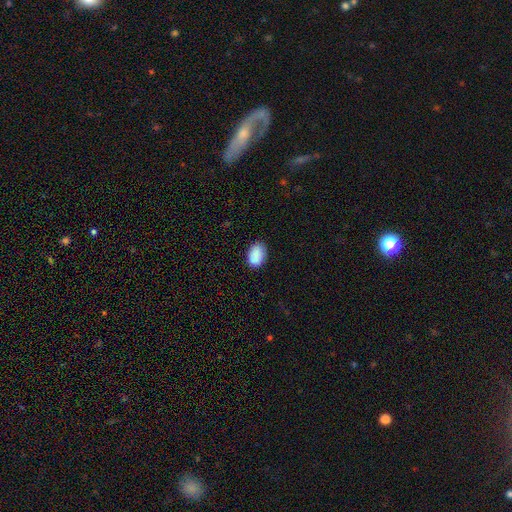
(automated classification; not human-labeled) Smooth or featured? Predicted: smooth (p=0.88). How rounded? Predicted: in between (p=0.86). Merging? Predicted: none (p=0.82).